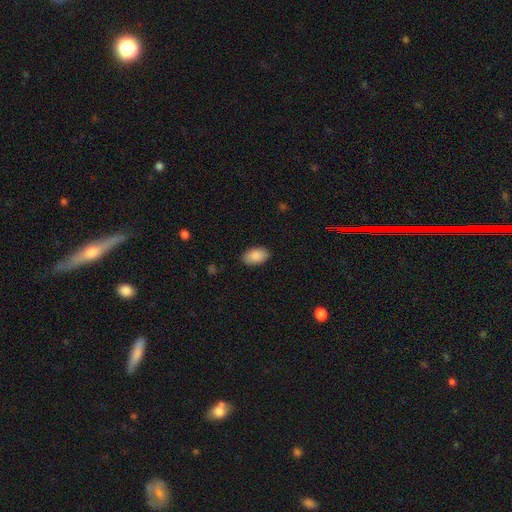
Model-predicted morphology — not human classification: smooth_or_featured: smooth (p=0.89) [alt: star or artifact p=0.06]
how_rounded: in between (p=0.93) [alt: round p=0.05]
merging: none (p=0.87) [alt: minor disturbance p=0.10]